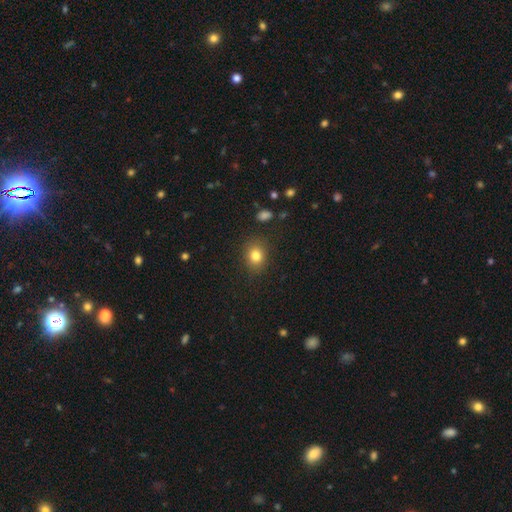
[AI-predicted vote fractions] Smooth or featured?
  - smooth: 81% *
  - star or artifact: 11%
  - featured or disk: 7%
How rounded?
  - round: 59% *
  - in between: 40%
  - cigar-shaped: 1%
Merging?
  - none: 86% *
  - minor disturbance: 10%
  - major disturbance: 3%
  - merger: 1%